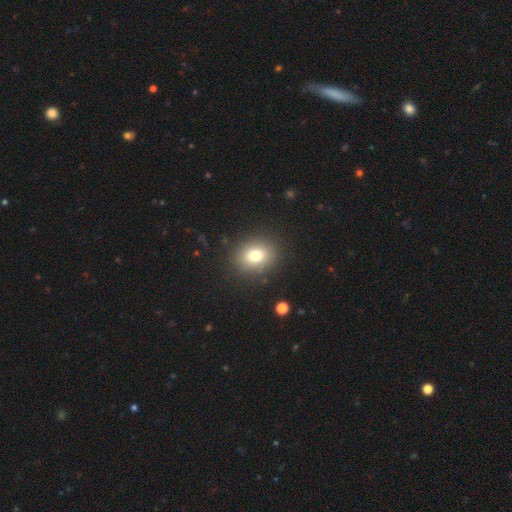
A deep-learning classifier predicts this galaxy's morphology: Q: Smooth or featured?
A: smooth (77%); runner-up: star or artifact (13%)
Q: How rounded?
A: round (57%); runner-up: in between (42%)
Q: Merging?
A: none (88%); runner-up: minor disturbance (7%)